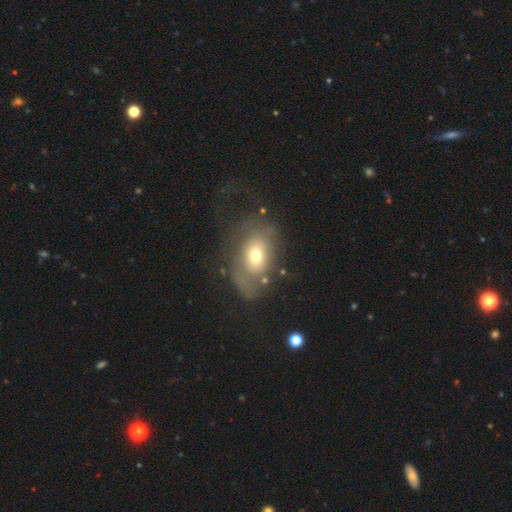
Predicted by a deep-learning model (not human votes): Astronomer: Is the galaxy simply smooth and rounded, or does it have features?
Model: smooth — 56% (runner-up: featured or disk, 34%).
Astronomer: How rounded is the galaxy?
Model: in between — 72%.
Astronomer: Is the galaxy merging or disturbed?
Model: major disturbance — 38% (runner-up: none, 36%).